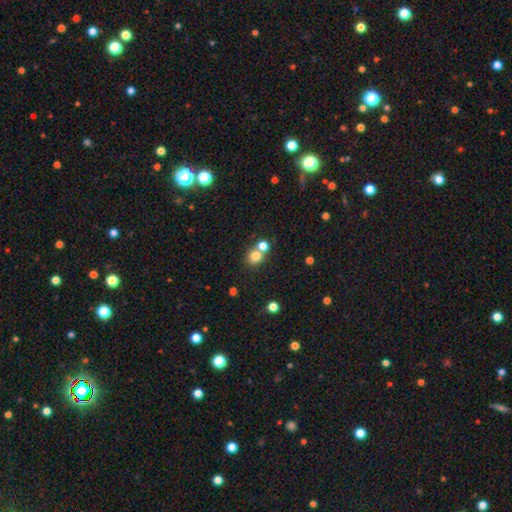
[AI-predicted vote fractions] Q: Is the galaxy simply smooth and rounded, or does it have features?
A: smooth — 78%.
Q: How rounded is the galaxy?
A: round — 83%.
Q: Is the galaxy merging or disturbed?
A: none — 52%.